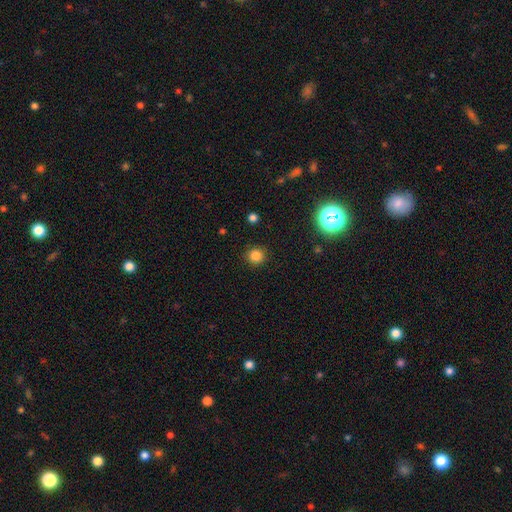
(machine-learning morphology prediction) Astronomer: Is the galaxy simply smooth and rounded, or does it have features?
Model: smooth — 82%.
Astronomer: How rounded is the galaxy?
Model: round — 94%.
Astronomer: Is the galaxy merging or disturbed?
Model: none — 91%.